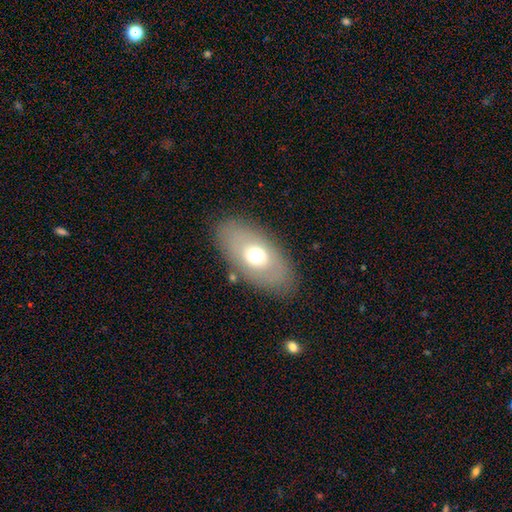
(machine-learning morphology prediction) Smooth or featured? Predicted: smooth (p=0.58). How rounded? Predicted: in between (p=0.89). Merging? Predicted: none (p=0.82).